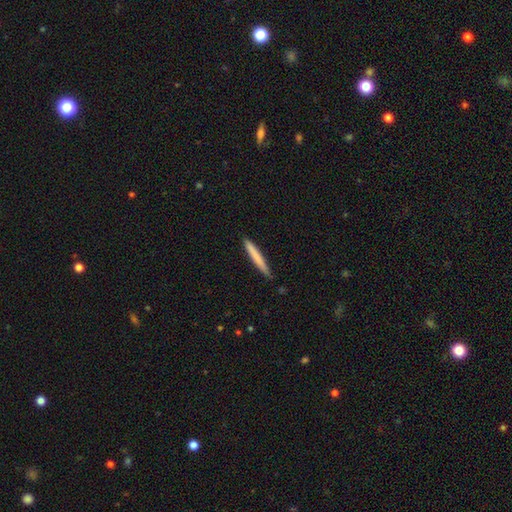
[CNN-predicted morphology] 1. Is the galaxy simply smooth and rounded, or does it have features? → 74% smooth, 21% featured or disk, 5% star or artifact.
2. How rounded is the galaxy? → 96% cigar-shaped, 3% in between, 1% round.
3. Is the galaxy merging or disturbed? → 86% none, 11% minor disturbance, 2% major disturbance, 1% merger.